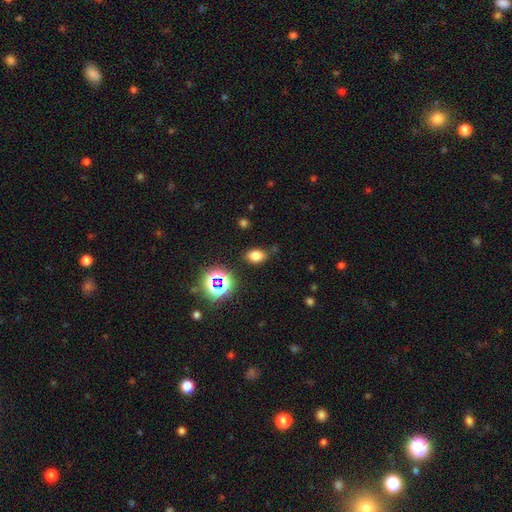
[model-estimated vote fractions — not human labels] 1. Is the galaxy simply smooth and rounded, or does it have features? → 75% smooth, 18% star or artifact, 7% featured or disk.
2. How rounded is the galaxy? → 77% in between, 22% round, 1% cigar-shaped.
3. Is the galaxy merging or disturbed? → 80% none, 13% minor disturbance, 4% major disturbance, 3% merger.